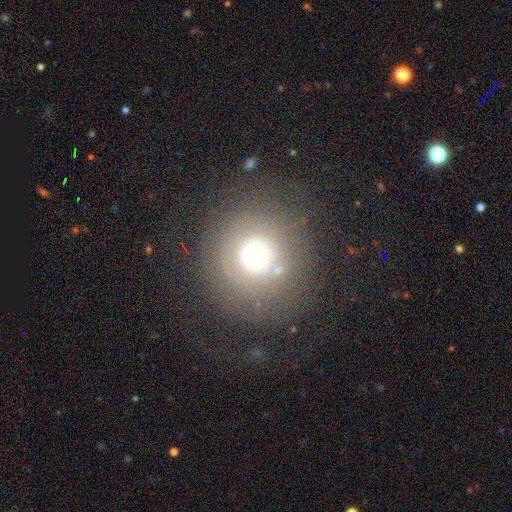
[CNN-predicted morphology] Overall: smooth (47%; featured or disk 38%). Merging: none (72%).